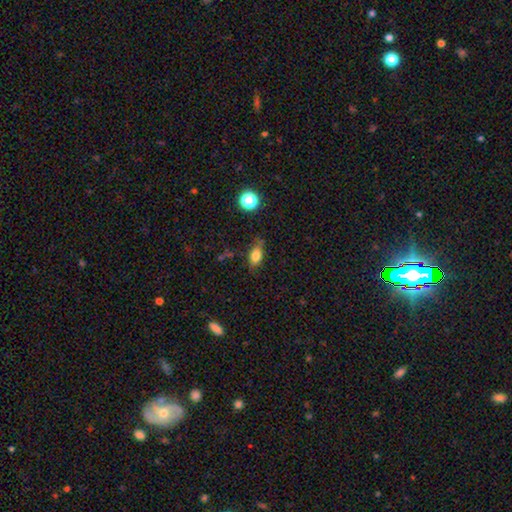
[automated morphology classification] smooth 78%, featured or disk 11%, star or artifact 11%. Down the decision tree: how rounded — in between (80%); merging — none (68%).